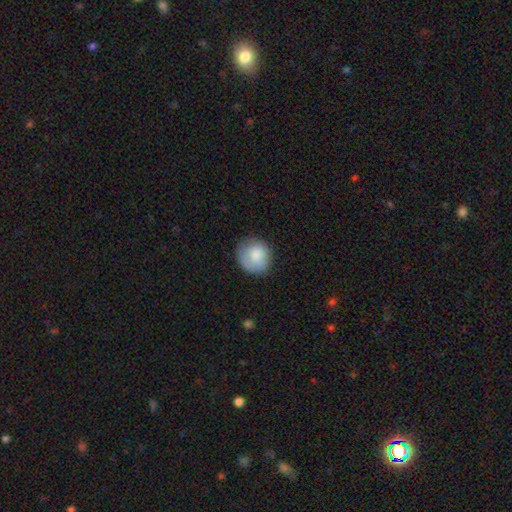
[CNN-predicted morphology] This appears to be a smooth galaxy with no disk features (81%) that is round (87%). Merging: none (71%).